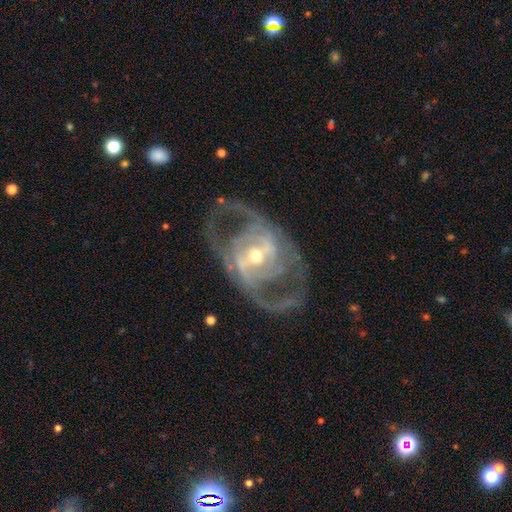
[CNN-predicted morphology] smooth-or-featured: featured or disk: 88% | smooth: 7% | star or artifact: 5%
  disk-edge-on: no: 95% | yes: 5%
    bar: strong: 40% | weak: 36% | no: 23%
    has-spiral-arms: yes: 83% | no: 17%
      spiral-winding: medium: 50% | tight: 28% | loose: 22%
      spiral-arm-count: 2: 73% | can't tell: 14% | 3: 6% | 1: 3% | 4: 2% | more than 4: 2%
    bulge-size: moderate: 53% | small: 41% | large: 4% | dominant: 1% | none: 1%
  merging: none: 68% | major disturbance: 16% | minor disturbance: 14% | merger: 2%